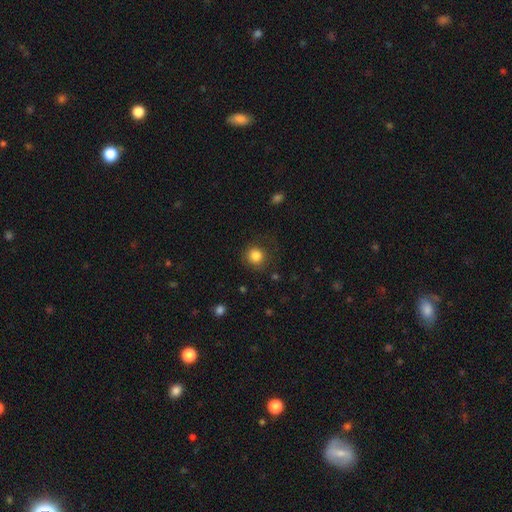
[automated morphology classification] Smooth or featured?
  - smooth: 84% *
  - star or artifact: 11%
  - featured or disk: 5%
How rounded?
  - round: 90% *
  - in between: 9%
  - cigar-shaped: 1%
Merging?
  - none: 81% *
  - minor disturbance: 12%
  - major disturbance: 6%
  - merger: 1%